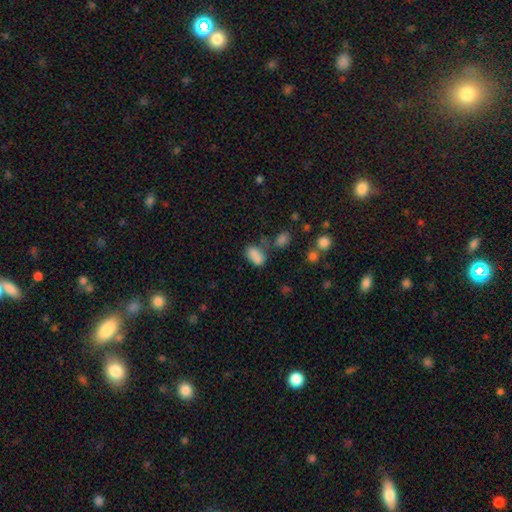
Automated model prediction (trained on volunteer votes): A smooth galaxy with no disk features (82%) that is in between round and cigar-shaped (90%). Merging: none (52%).